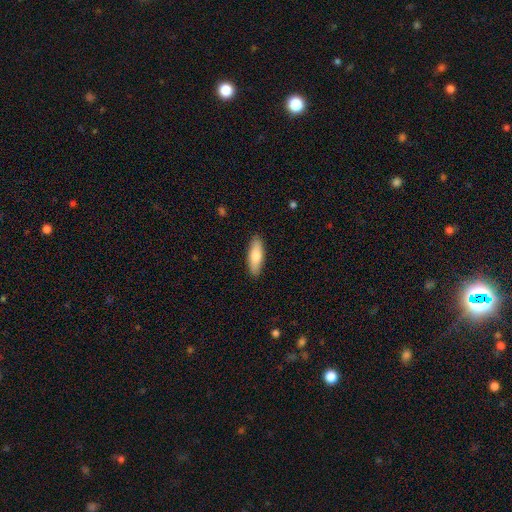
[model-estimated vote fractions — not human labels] This is likely a smooth galaxy (77%). How rounded: possibly in between (56%). Merging: clearly none (89%).